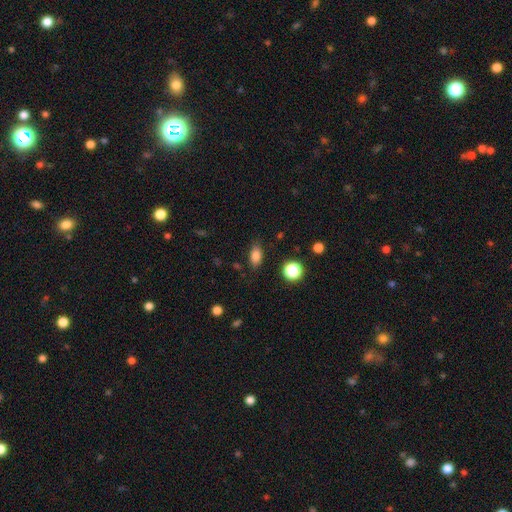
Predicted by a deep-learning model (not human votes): Overall: smooth (83%). How rounded: in between (85%). Merging: none (82%).